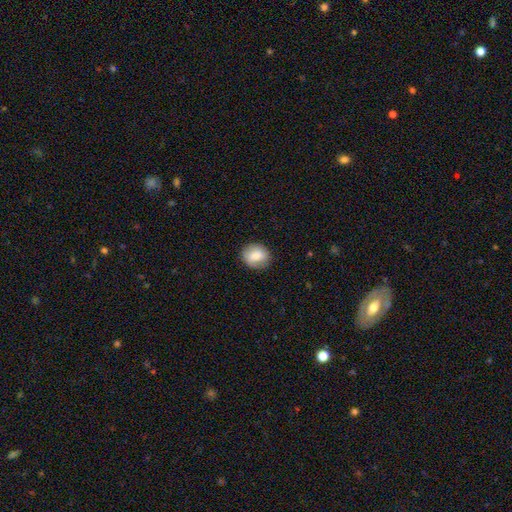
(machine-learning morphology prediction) The model was most divided on "how rounded": round: 72%, in between: 27%, cigar-shaped: 1%. More confident: merging — none (83%); smooth or featured — smooth (76%).